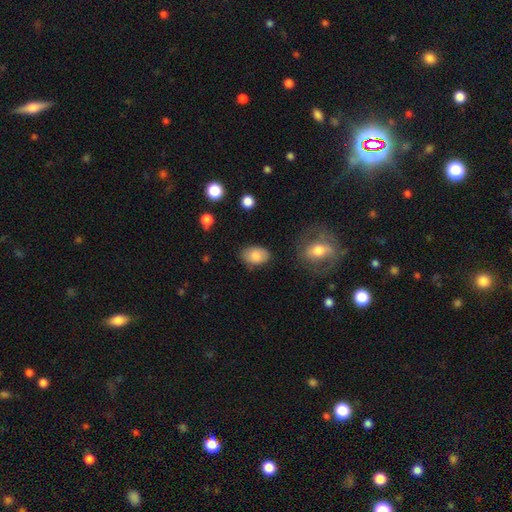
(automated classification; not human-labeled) Overall: smooth (84%). How rounded: in between (87%). Merging: none (80%).